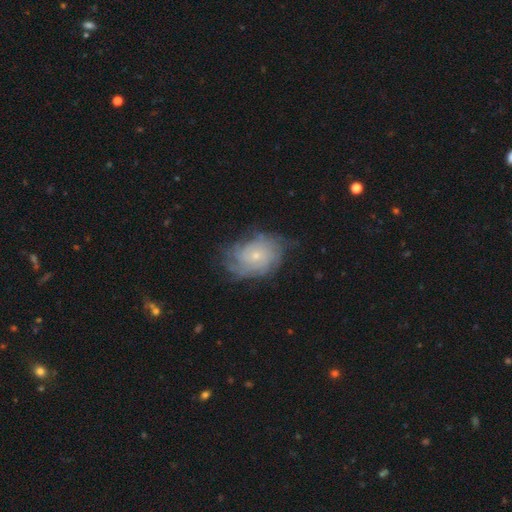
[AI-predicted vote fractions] Morphology: type=featured or disk (75%); edge-on=no (97%); bar=no (78%); spiral arms=yes (93%); winding=tight (66%); arm count=can't tell (43%); bulge=small (75%); merging=none (69%).